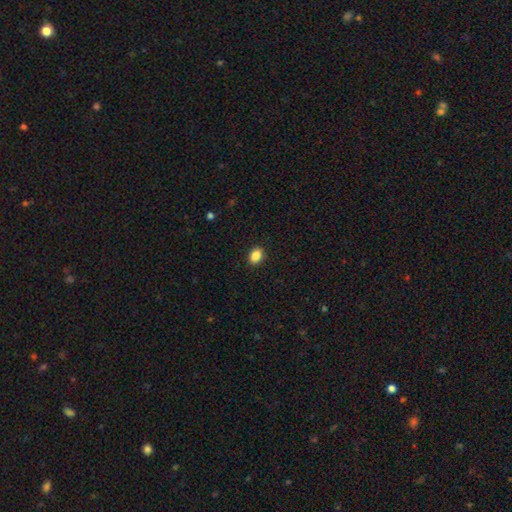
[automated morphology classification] smooth-or-featured: smooth: 87% | star or artifact: 9% | featured or disk: 4%
  how-rounded: in between: 73% | round: 26% | cigar-shaped: 1%
  merging: none: 91% | minor disturbance: 7% | major disturbance: 2% | merger: 1%